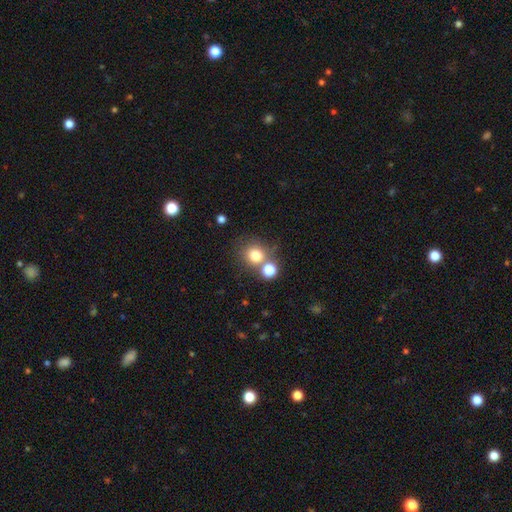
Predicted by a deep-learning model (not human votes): This is likely a smooth galaxy (77%). How rounded: clearly round (87%). Merging: possibly none (59%).